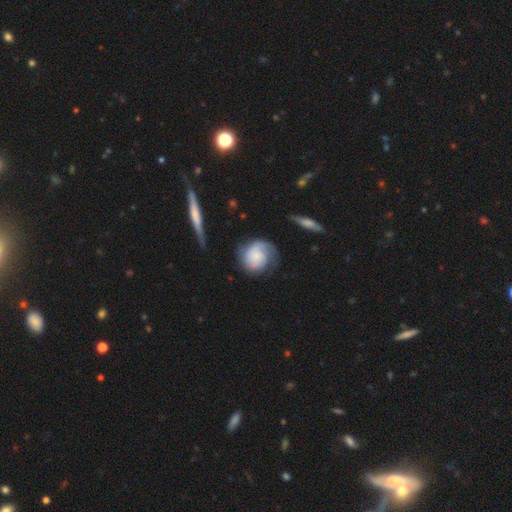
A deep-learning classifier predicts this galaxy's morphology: smooth_or_featured: featured or disk (p=0.59) [alt: smooth p=0.35]
disk_edge_on: no (p=0.97) [alt: yes p=0.03]
bar: no (p=0.73) [alt: weak p=0.23]
has_spiral_arms: yes (p=0.91) [alt: no p=0.09]
spiral_winding: tight (p=0.44) [alt: medium p=0.36]
spiral_arm_count: 2 (p=0.46) [alt: 1 p=0.22]
bulge_size: small (p=0.59) [alt: none p=0.17]
merging: none (p=0.59) [alt: minor disturbance p=0.23]